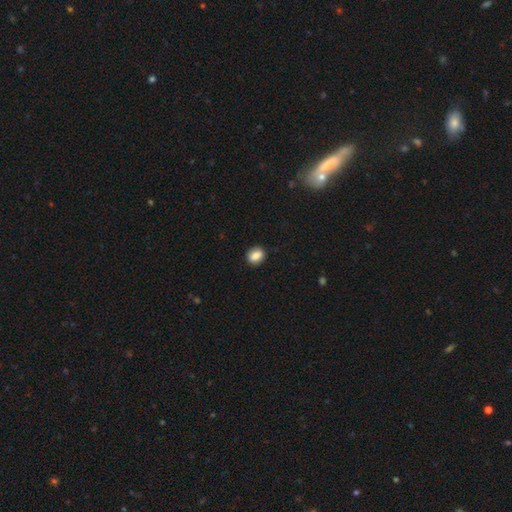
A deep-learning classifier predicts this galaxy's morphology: Smooth or featured?
  - smooth: 85% *
  - star or artifact: 8%
  - featured or disk: 7%
How rounded?
  - in between: 50% *
  - round: 48%
  - cigar-shaped: 1%
Merging?
  - none: 89% *
  - minor disturbance: 8%
  - major disturbance: 2%
  - merger: 1%